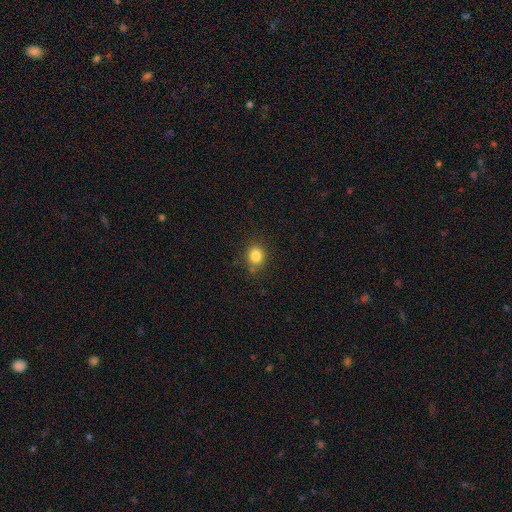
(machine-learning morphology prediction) smooth_or_featured: smooth (p=0.83) [alt: star or artifact p=0.12]
how_rounded: round (p=0.71) [alt: in between p=0.29]
merging: none (p=0.81) [alt: minor disturbance p=0.13]